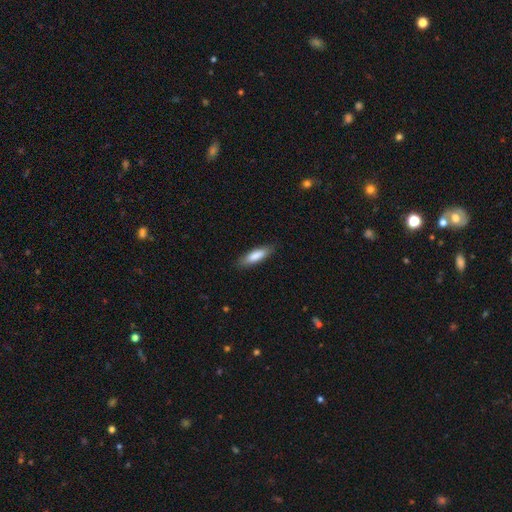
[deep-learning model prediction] This is clearly a smooth galaxy (83%). How rounded: possibly cigar-shaped (58%). Merging: clearly none (85%).